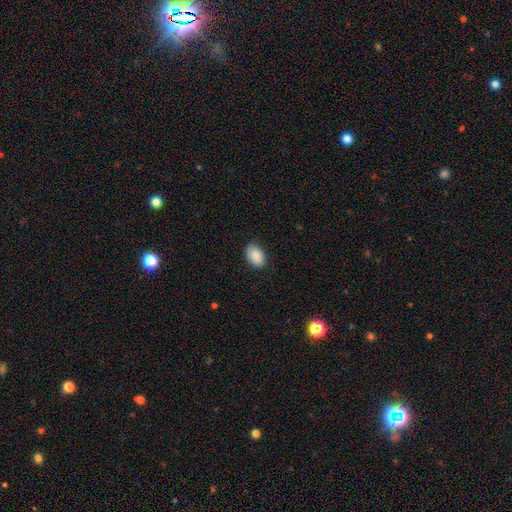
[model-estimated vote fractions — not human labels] smooth_or_featured: smooth (p=0.88) [alt: star or artifact p=0.07]
how_rounded: in between (p=0.89) [alt: round p=0.10]
merging: none (p=0.83) [alt: minor disturbance p=0.14]